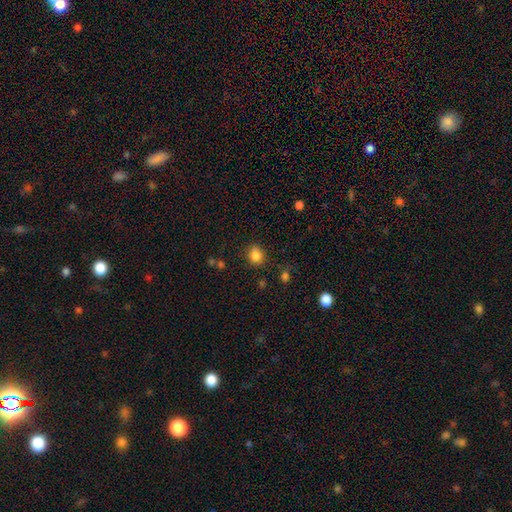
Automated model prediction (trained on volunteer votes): A smooth galaxy with no disk features (83%) that is round (69%). Merging: none (77%).